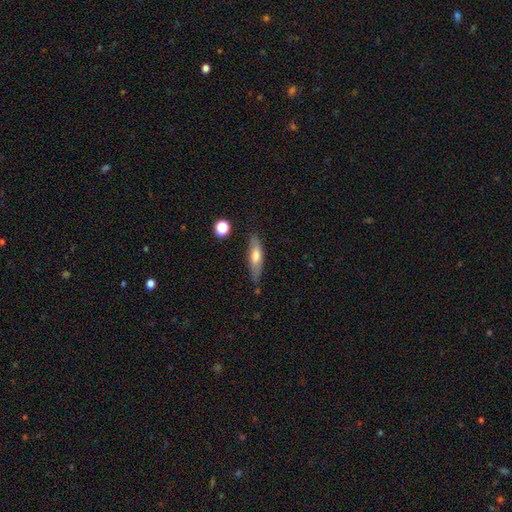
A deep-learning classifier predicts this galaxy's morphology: The model was most divided on "how rounded": cigar-shaped: 63%, in between: 35%, round: 2%. More confident: merging — none (73%); smooth or featured — smooth (62%).